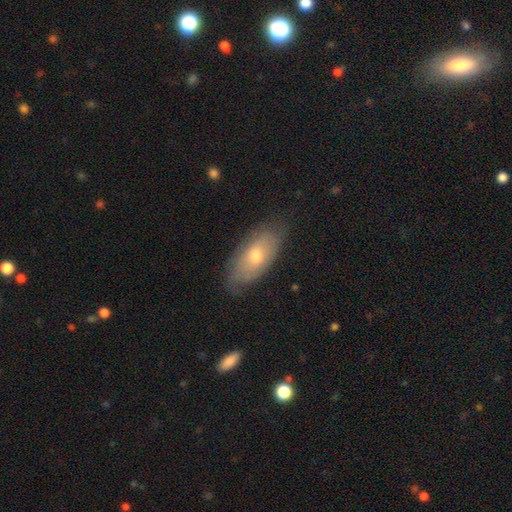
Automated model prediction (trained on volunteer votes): The model was most divided on "smooth or featured": smooth: 57%, featured or disk: 36%, star or artifact: 7%. More confident: how rounded — in between (89%); merging — none (73%).